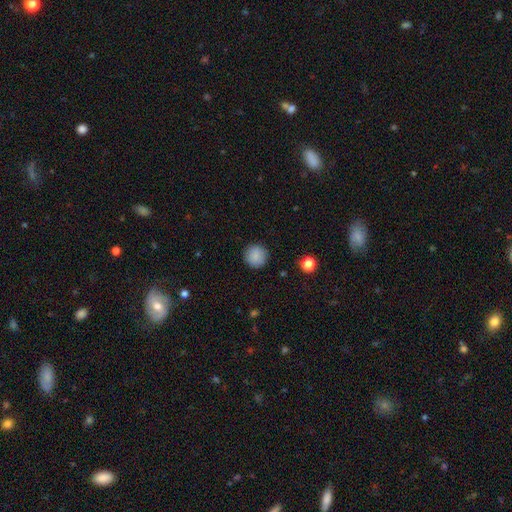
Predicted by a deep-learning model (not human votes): This appears to be a smooth galaxy with no disk features (87%) that is round (95%). Merging: none (91%).